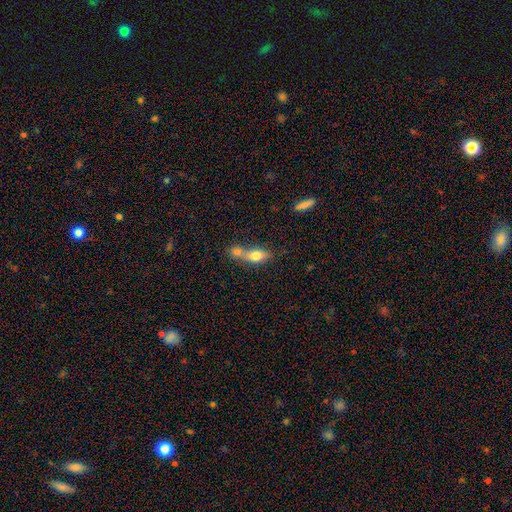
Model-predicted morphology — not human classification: Smooth or featured? Predicted: smooth (p=0.73). How rounded? Predicted: in between (p=0.71). Merging? Predicted: merger (p=0.63).